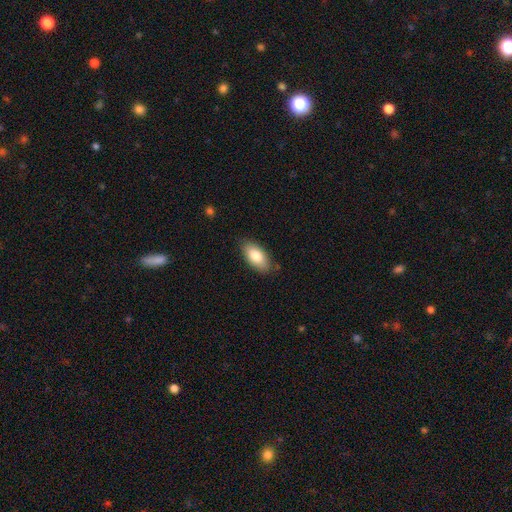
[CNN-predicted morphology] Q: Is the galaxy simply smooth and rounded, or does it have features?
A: smooth — 81%.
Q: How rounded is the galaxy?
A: in between — 92%.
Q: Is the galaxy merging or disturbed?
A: none — 83%.